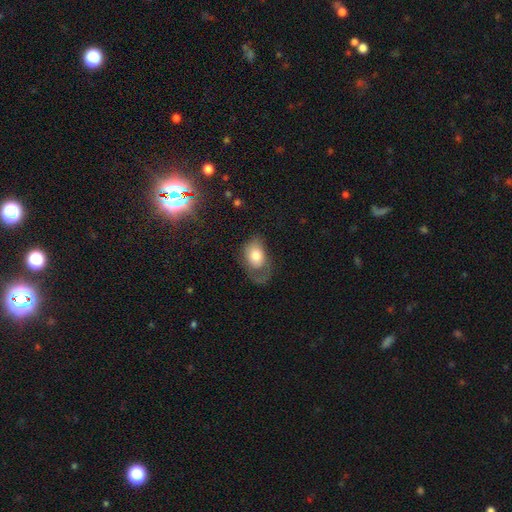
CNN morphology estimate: type=smooth (68%); roundness=in between (83%); merging=major disturbance (41%).